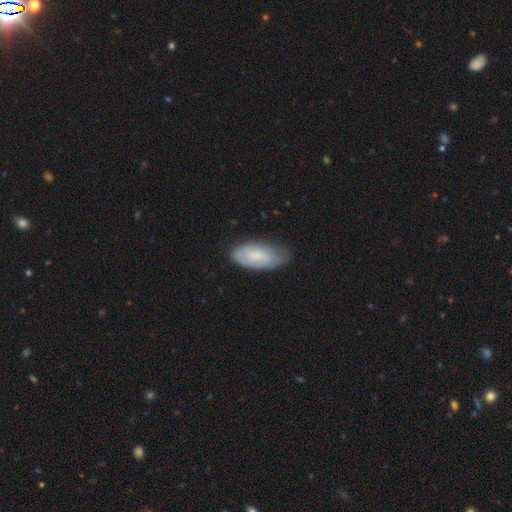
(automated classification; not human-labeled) A smooth galaxy with no disk features (72%) that is in between round and cigar-shaped (89%). Merging: none (59%).